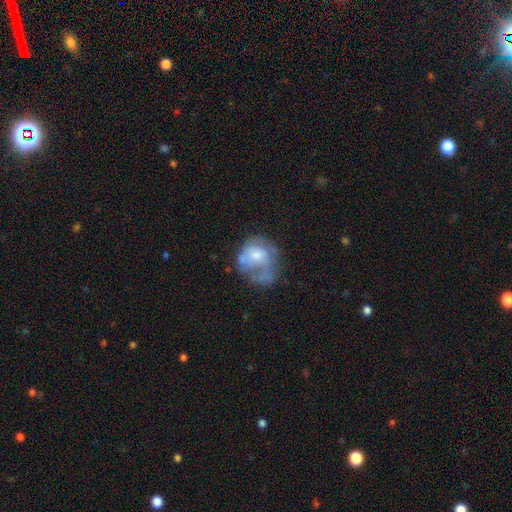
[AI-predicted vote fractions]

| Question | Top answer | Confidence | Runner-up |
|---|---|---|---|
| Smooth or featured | featured or disk | 46% | smooth (45%) |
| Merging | major disturbance | 39% | none (27%) |